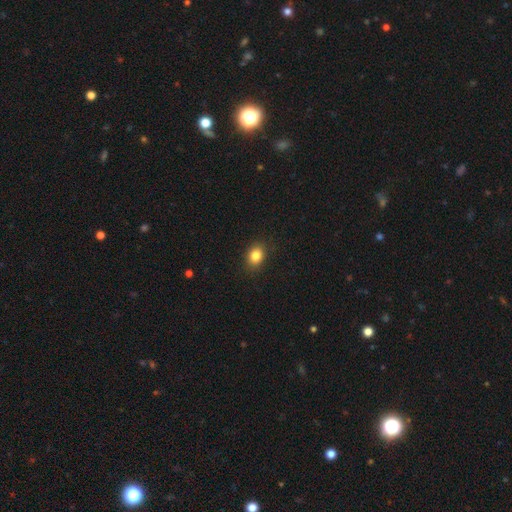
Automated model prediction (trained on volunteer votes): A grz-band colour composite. It shows a smooth galaxy with no disk features (84%) that is in between round and cigar-shaped (56%). Merging: none (88%).